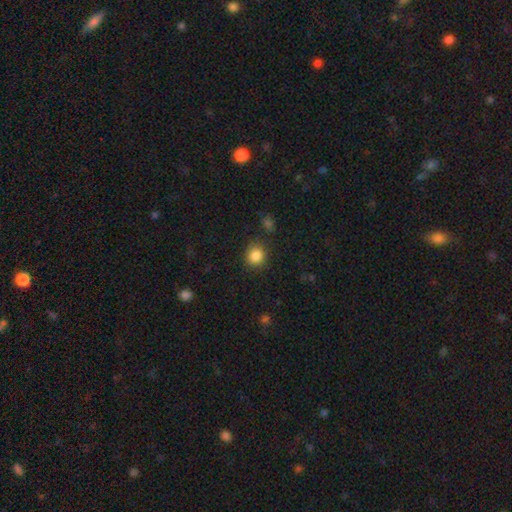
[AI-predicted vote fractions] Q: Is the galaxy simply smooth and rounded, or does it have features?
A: smooth — 86%.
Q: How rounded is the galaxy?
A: round — 85%.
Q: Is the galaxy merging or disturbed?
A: none — 83%.